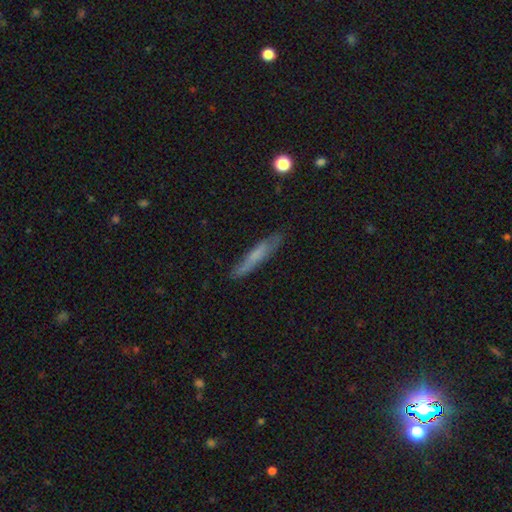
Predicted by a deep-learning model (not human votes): A smooth galaxy with no disk features (59%) that is cigar-shaped (91%).

Vote fractions:
- Smooth or featured? smooth: 59% / featured or disk: 34% / star or artifact: 7%
- How rounded? cigar-shaped: 91% / in between: 7% / round: 2%
- Merging? none: 78% / minor disturbance: 16% / major disturbance: 4% / merger: 2%